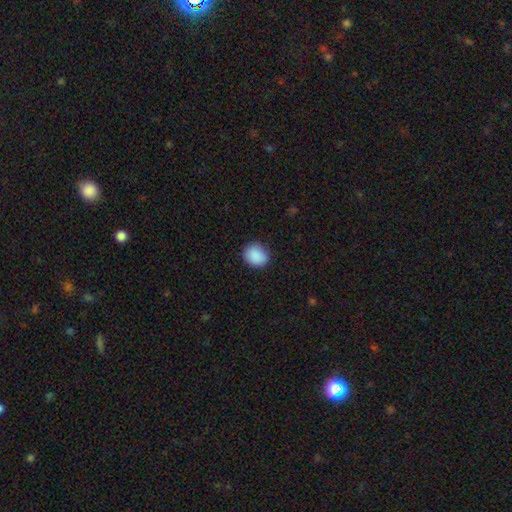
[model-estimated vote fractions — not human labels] smooth 90%, star or artifact 7%, featured or disk 3%. Down the decision tree: how rounded — round (66%); merging — none (85%).